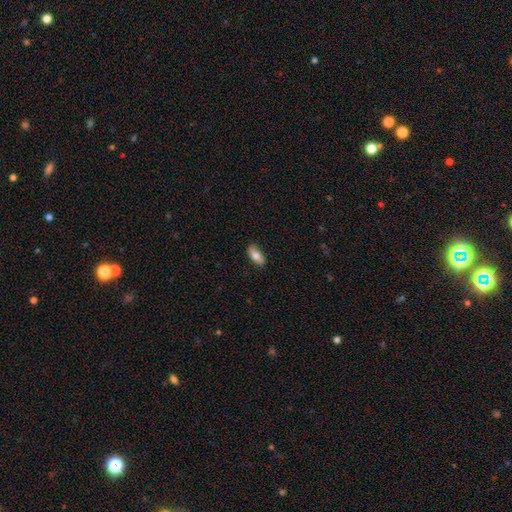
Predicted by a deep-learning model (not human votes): Q: Smooth or featured?
A: smooth (74%); runner-up: featured or disk (19%)
Q: How rounded?
A: in between (81%); runner-up: cigar-shaped (16%)
Q: Merging?
A: none (82%); runner-up: minor disturbance (14%)